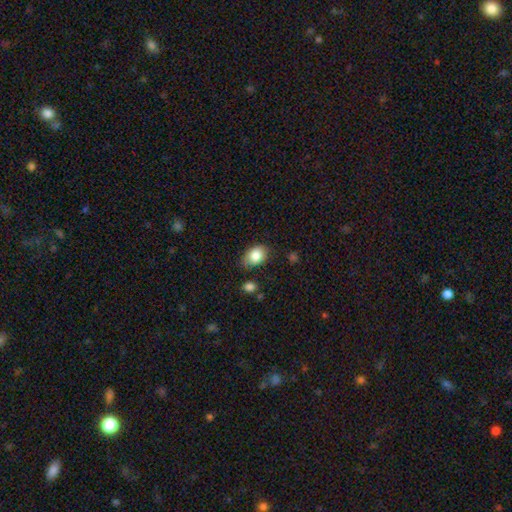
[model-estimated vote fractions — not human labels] Smooth or featured? Predicted: smooth (p=0.84). How rounded? Predicted: in between (p=0.79). Merging? Predicted: none (p=0.69).